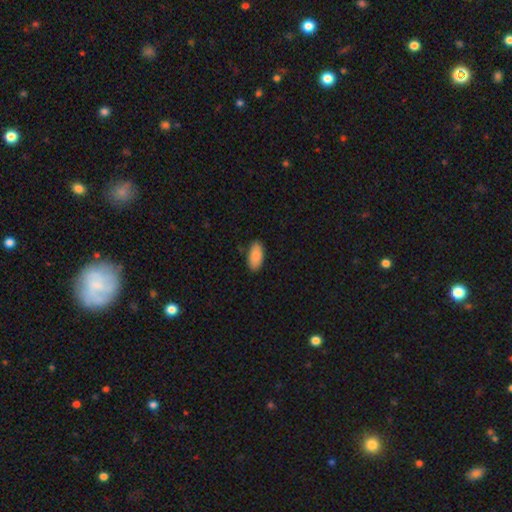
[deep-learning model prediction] smooth-or-featured: smooth: 87% | featured or disk: 7% | star or artifact: 6%
  how-rounded: in between: 92% | cigar-shaped: 5% | round: 2%
  merging: none: 84% | minor disturbance: 12% | major disturbance: 2% | merger: 1%